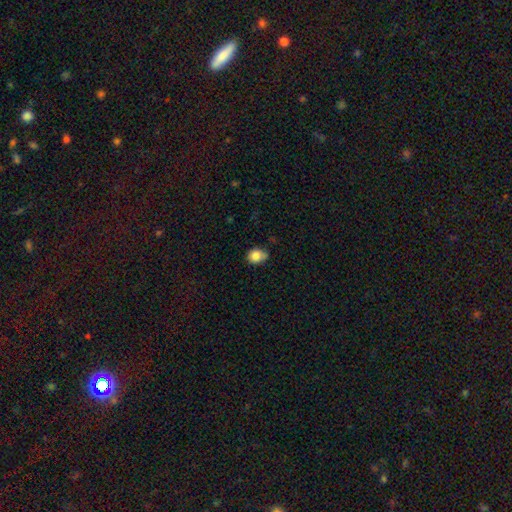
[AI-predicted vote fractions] A smooth galaxy with no disk features (84%) that is in between round and cigar-shaped (50%). Merging: none (58%).